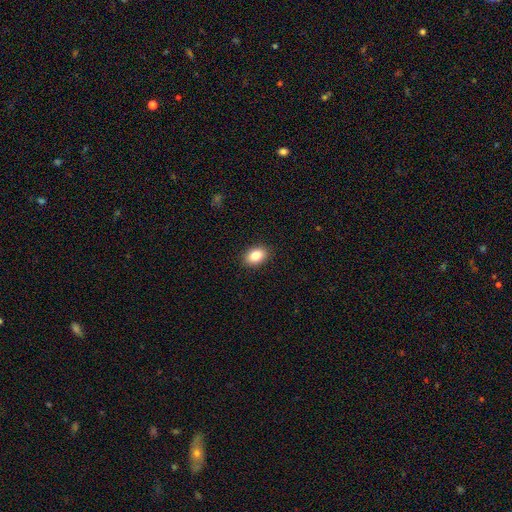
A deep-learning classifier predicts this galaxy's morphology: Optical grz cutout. It shows a smooth galaxy with no disk features (85%) that is in between round and cigar-shaped (80%). Merging: none (90%).